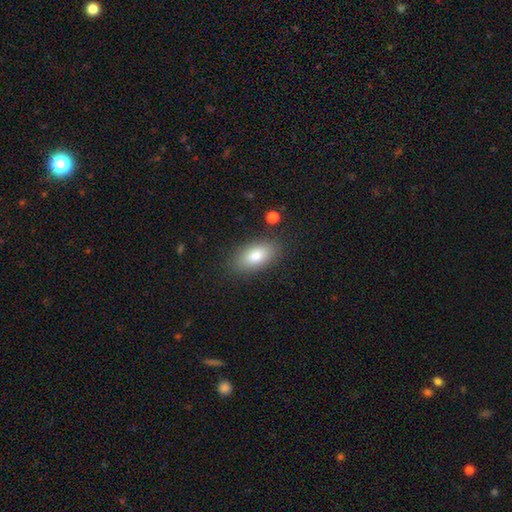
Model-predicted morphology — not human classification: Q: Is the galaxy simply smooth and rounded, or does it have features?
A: smooth — 80%.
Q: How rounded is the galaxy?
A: in between — 90%.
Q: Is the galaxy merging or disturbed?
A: none — 85%.